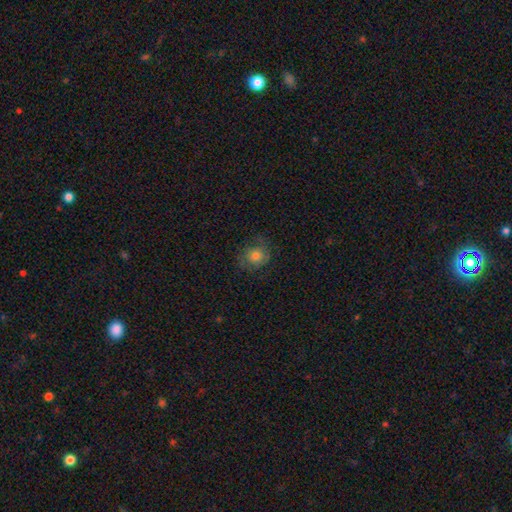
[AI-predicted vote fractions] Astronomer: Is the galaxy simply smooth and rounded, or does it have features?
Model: smooth — 65%.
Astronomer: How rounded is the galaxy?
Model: round — 76%.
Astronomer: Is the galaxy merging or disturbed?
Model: none — 69%.